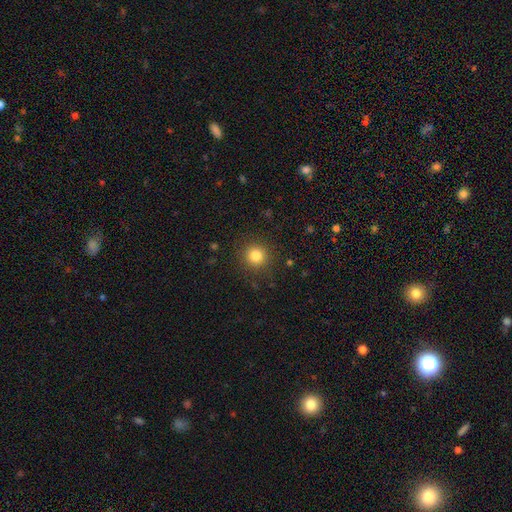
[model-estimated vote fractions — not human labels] Smooth or featured? smooth (82%)
How rounded? round (94%)
Merging? none (89%)